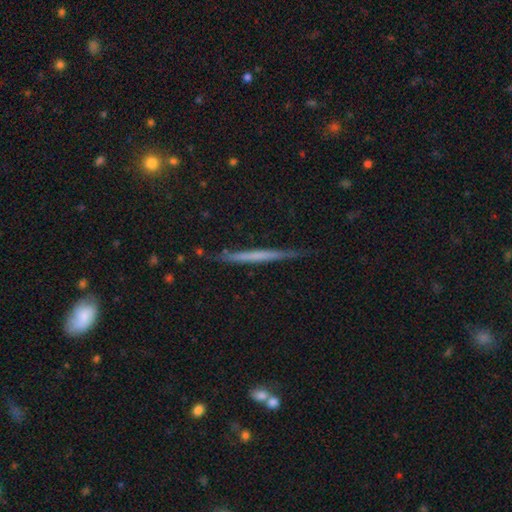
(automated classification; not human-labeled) Q: Smooth or featured?
A: featured or disk (51%); runner-up: smooth (42%)
Q: Edge-on disk?
A: yes (97%); runner-up: no (3%)
Q: Merging?
A: none (86%); runner-up: minor disturbance (10%)